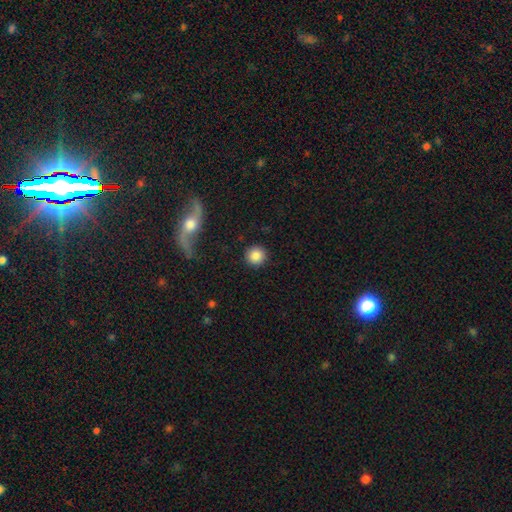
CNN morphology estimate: This is clearly a smooth galaxy (86%). How rounded: clearly round (95%). Merging: clearly none (91%).